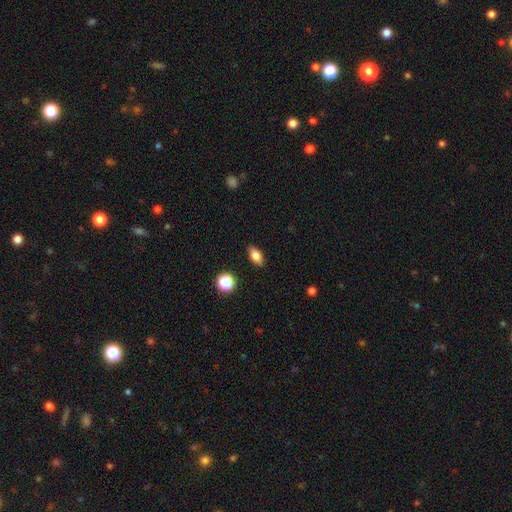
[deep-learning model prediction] The model was most divided on "smooth or featured": smooth: 79%, featured or disk: 12%, star or artifact: 9%. More confident: merging — none (88%); how rounded — in between (83%).